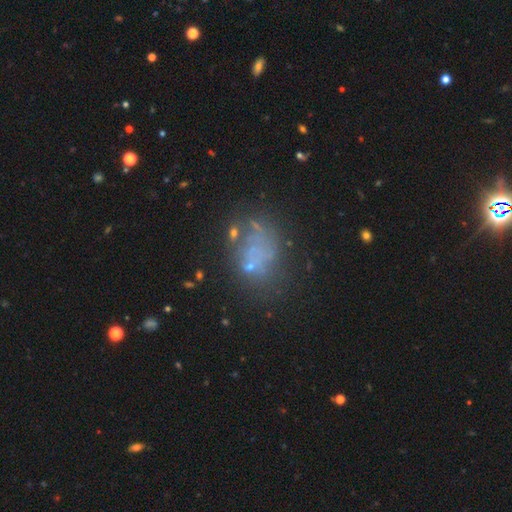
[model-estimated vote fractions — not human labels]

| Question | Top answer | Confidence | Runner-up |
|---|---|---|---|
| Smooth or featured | featured or disk | 38% | smooth (36%) |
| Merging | none | 50% | major disturbance (22%) |